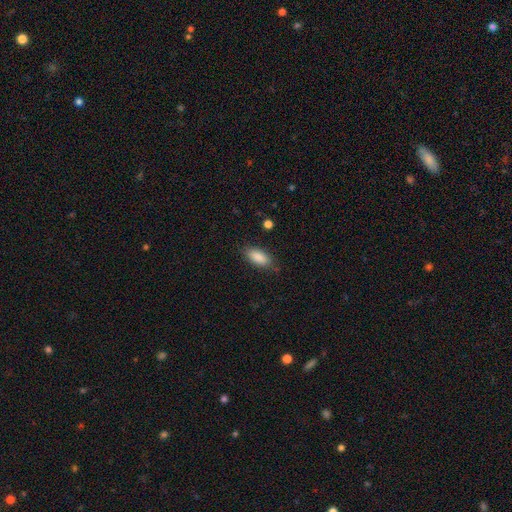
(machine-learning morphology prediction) Smooth or featured?
  - smooth: 88% *
  - star or artifact: 7%
  - featured or disk: 6%
How rounded?
  - in between: 86% *
  - cigar-shaped: 12%
  - round: 2%
Merging?
  - none: 82% *
  - minor disturbance: 13%
  - major disturbance: 3%
  - merger: 1%